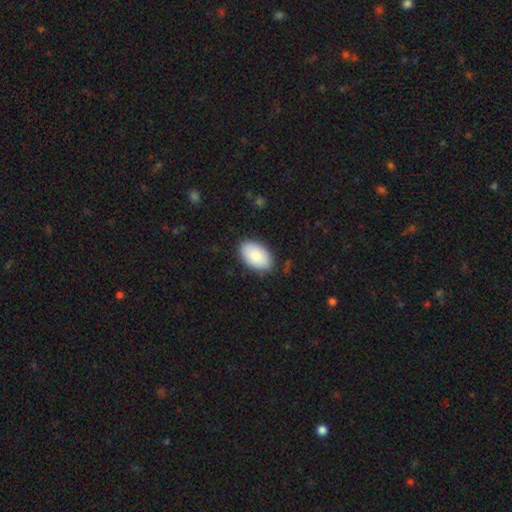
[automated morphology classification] smooth 88%, featured or disk 6%, star or artifact 6%. Down the decision tree: how rounded — in between (95%); merging — none (86%).